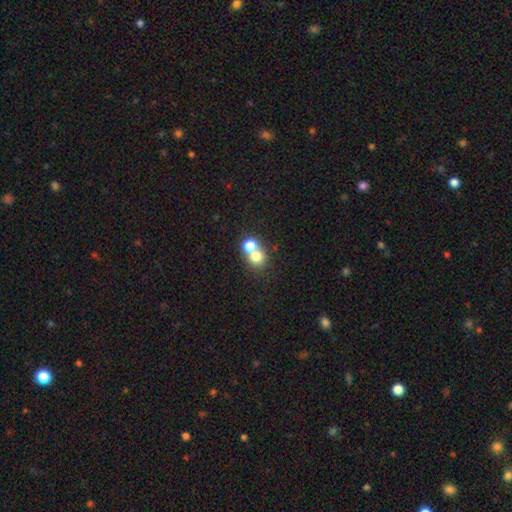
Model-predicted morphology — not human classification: Overall: smooth (73%). How rounded: round (81%). Merging: merger (54%; none 39%).